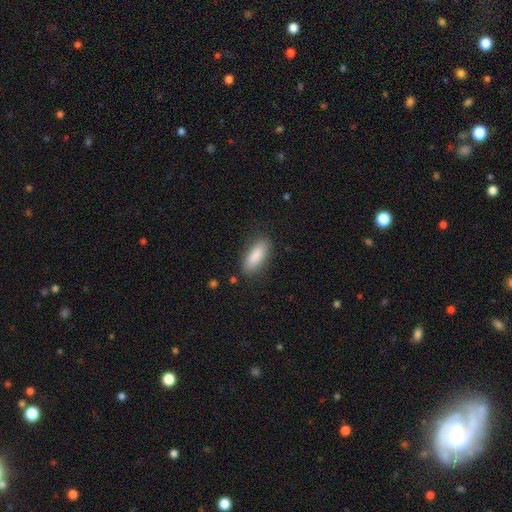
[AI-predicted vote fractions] Smooth or featured? Predicted: smooth (p=0.87). How rounded? Predicted: in between (p=0.69). Merging? Predicted: none (p=0.84).